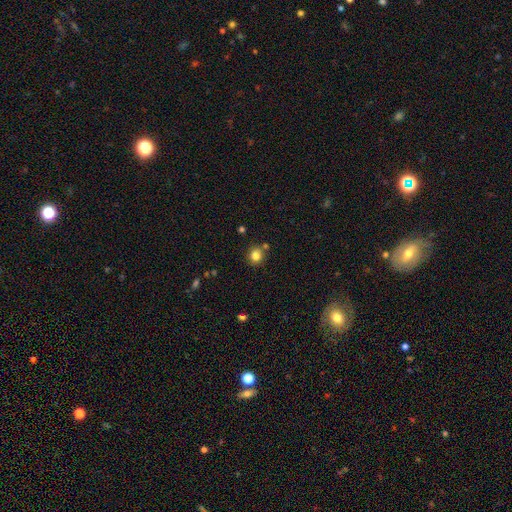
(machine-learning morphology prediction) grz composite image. It shows a smooth galaxy with no disk features (82%) that is round (83%). Merging: none (79%).